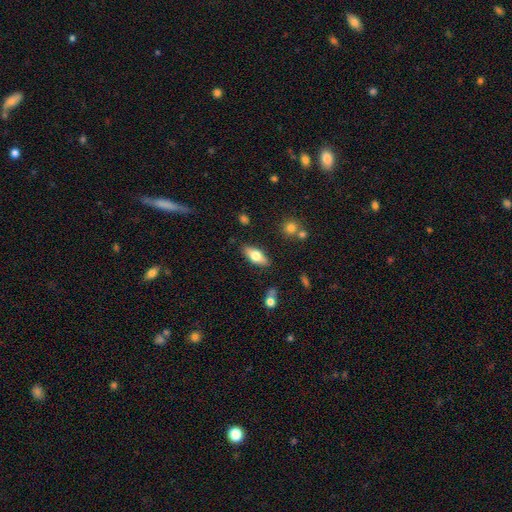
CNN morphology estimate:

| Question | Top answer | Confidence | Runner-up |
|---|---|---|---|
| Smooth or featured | smooth | 64% | featured or disk (29%) |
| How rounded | in between | 78% | cigar-shaped (19%) |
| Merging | none | 84% | minor disturbance (11%) |